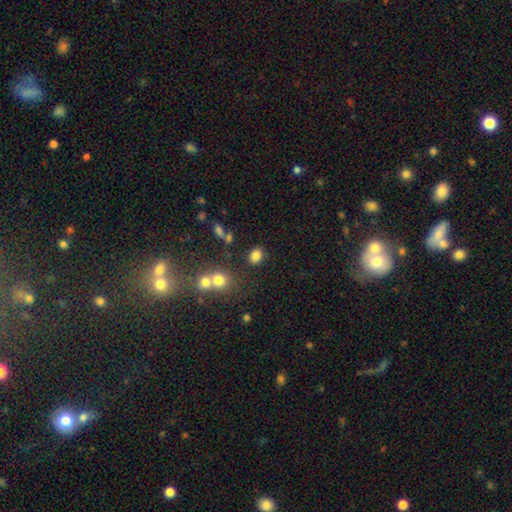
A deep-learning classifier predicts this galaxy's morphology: The model was most divided on "how rounded": in between: 62%, round: 37%, cigar-shaped: 1%. More confident: smooth or featured — smooth (82%); merging — none (77%).